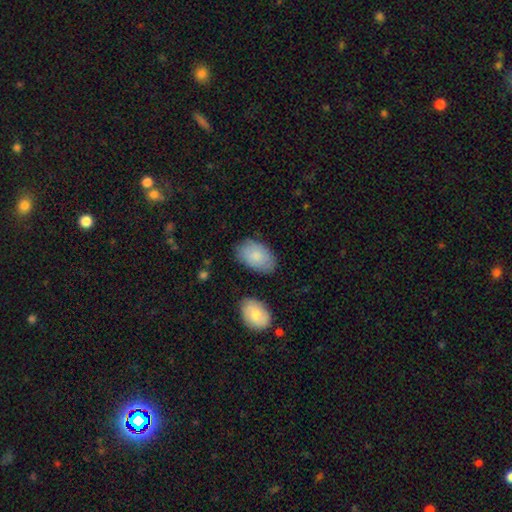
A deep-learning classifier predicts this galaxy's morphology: Overall: smooth (84%). How rounded: in between (93%). Merging: none (78%).